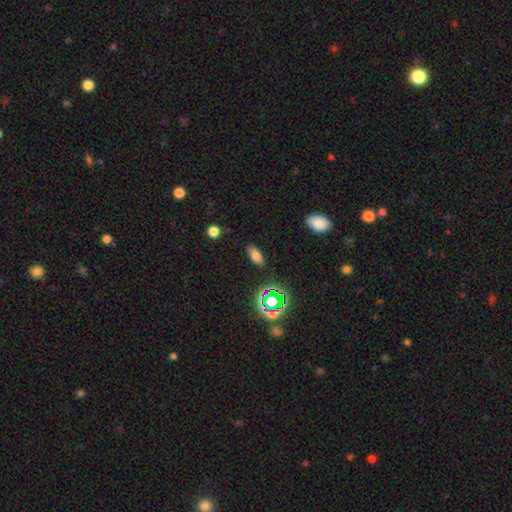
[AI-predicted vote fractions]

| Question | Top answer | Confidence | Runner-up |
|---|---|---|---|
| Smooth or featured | smooth | 73% | star or artifact (18%) |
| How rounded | in between | 84% | cigar-shaped (11%) |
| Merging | none | 86% | minor disturbance (10%) |